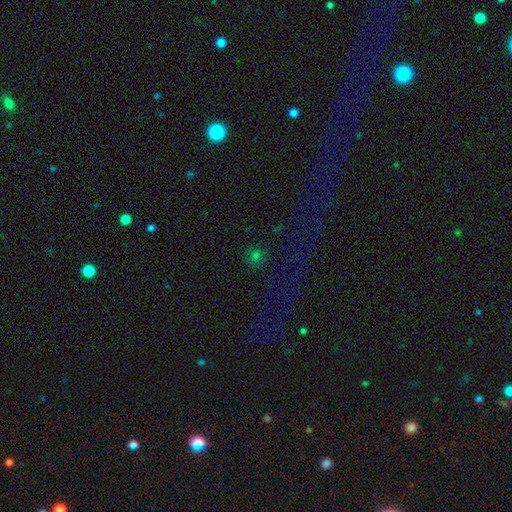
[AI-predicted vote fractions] Smooth or featured? Predicted: smooth (p=0.57). How rounded? Predicted: round (p=0.89). Merging? Predicted: none (p=0.83).